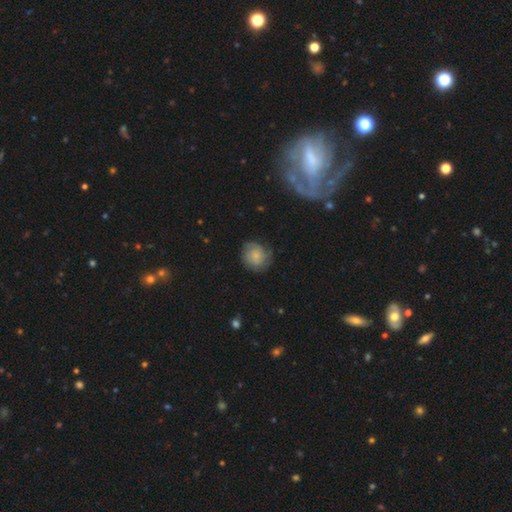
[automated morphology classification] smooth 51%, featured or disk 41%, star or artifact 8%. Down the decision tree: how rounded — round (80%); merging — none (71%).